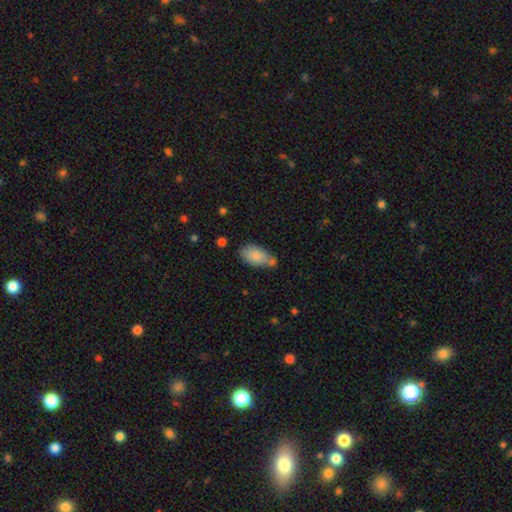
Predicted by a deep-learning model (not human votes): Smooth or featured: smooth — 82% (featured or disk — 11%)
How rounded: in between — 92% (round — 5%)
Merging: none — 52% (minor disturbance — 25%)